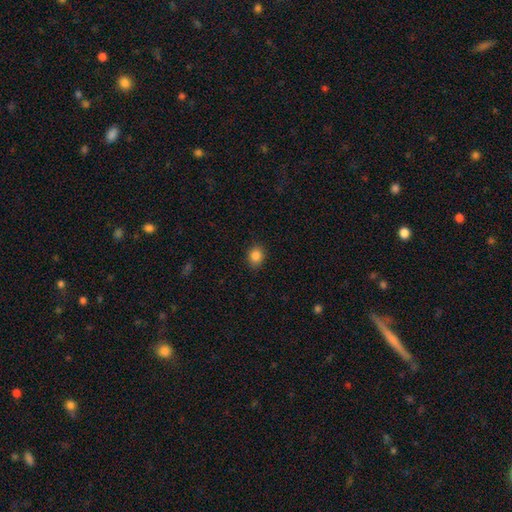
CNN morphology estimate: Smooth or featured? Predicted: smooth (p=0.85). How rounded? Predicted: round (p=0.58). Merging? Predicted: none (p=0.88).